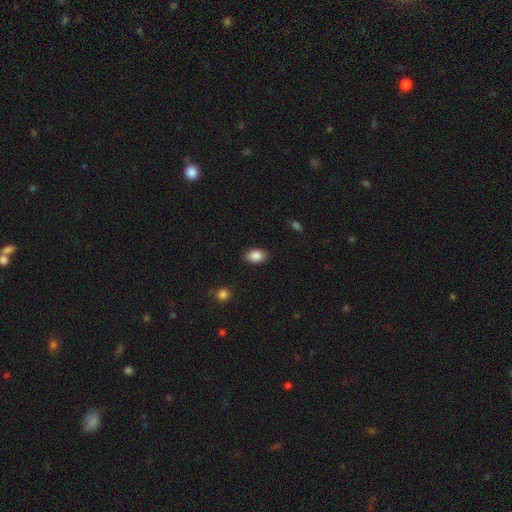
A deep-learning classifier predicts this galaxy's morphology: This is clearly a smooth galaxy (88%). How rounded: clearly in between (87%). Merging: clearly none (87%).